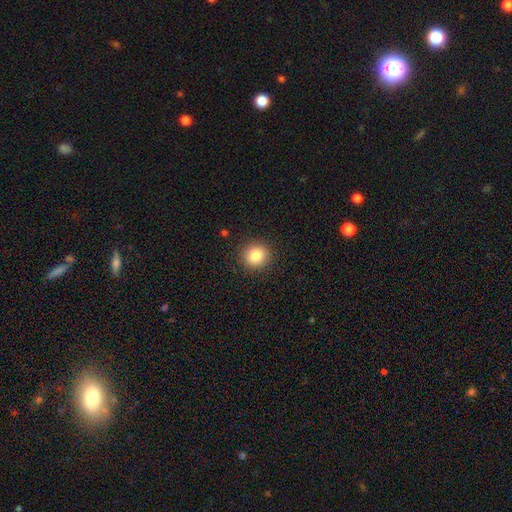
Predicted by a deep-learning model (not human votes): smooth-or-featured: smooth: 83% | star or artifact: 10% | featured or disk: 7%
  how-rounded: round: 91% | in between: 8% | cigar-shaped: 1%
  merging: none: 91% | minor disturbance: 6% | major disturbance: 2% | merger: 1%